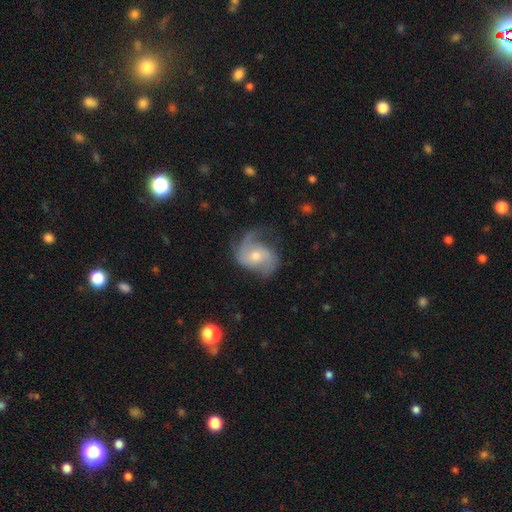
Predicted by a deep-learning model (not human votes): Smooth or featured: featured or disk — 80% (smooth — 14%)
Edge-on disk: no — 97% (yes — 3%)
Bar: no — 54% (weak — 36%)
Spiral arms: yes — 95% (no — 5%)
Spiral winding: medium — 46% (loose — 38%)
Spiral arm count: 2 — 80% (1 — 7%)
Bulge size: moderate — 55% (small — 40%)
Merging: none — 59% (minor disturbance — 24%)